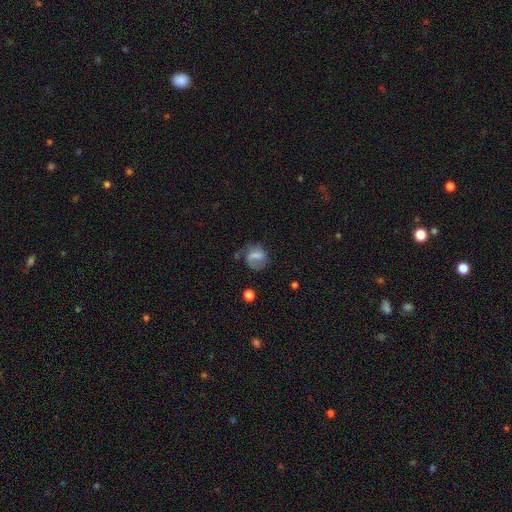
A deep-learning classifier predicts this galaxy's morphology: Q: Smooth or featured?
A: smooth (50%); runner-up: featured or disk (39%)
Q: How rounded?
A: round (60%); runner-up: in between (38%)
Q: Merging?
A: none (41%); runner-up: major disturbance (30%)